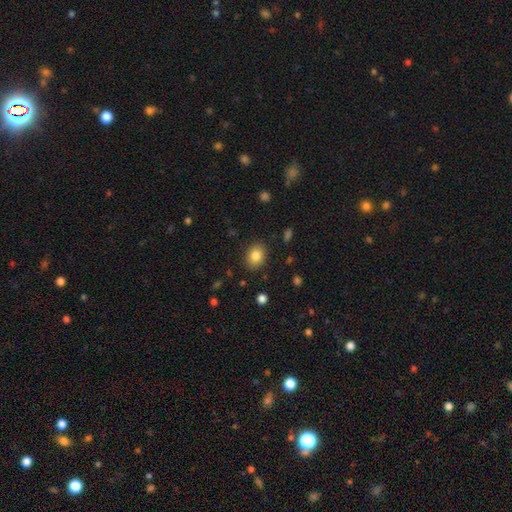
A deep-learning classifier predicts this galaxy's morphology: Smooth or featured?
  - smooth: 85% *
  - star or artifact: 9%
  - featured or disk: 6%
How rounded?
  - in between: 55% *
  - round: 44%
  - cigar-shaped: 1%
Merging?
  - none: 86% *
  - minor disturbance: 9%
  - major disturbance: 3%
  - merger: 1%